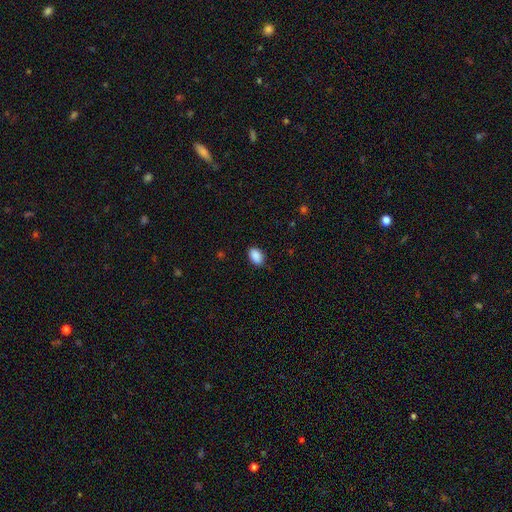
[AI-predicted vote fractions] Smooth or featured? smooth (90%)
How rounded? in between (90%)
Merging? none (85%)